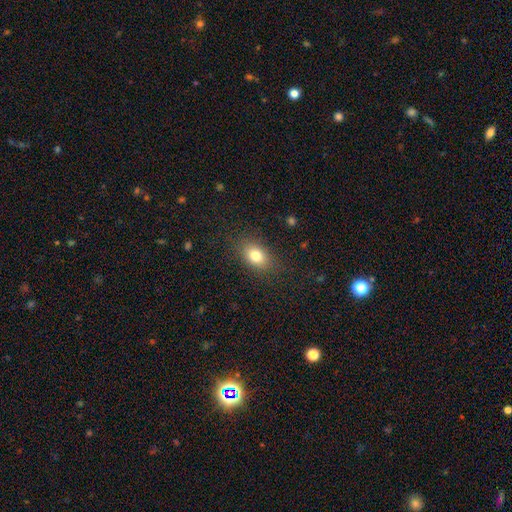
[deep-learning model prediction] A smooth galaxy with no disk features (79%) that is in between round and cigar-shaped (78%).

Vote fractions:
- Smooth or featured? smooth: 79% / featured or disk: 11% / star or artifact: 11%
- How rounded? in between: 78% / round: 20% / cigar-shaped: 2%
- Merging? none: 83% / minor disturbance: 12% / major disturbance: 4% / merger: 1%